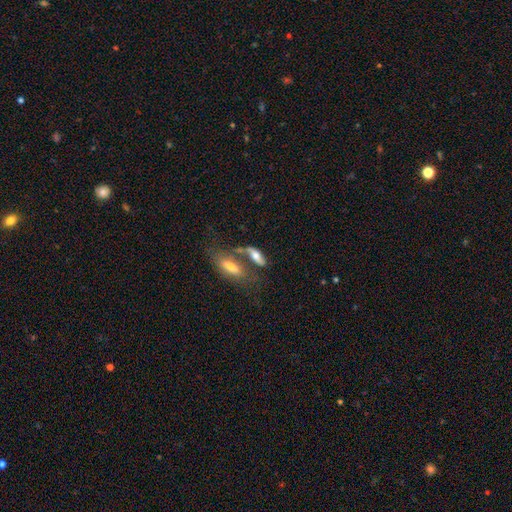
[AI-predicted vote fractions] A smooth galaxy with no disk features (54%) that is in between round and cigar-shaped (62%). Merging: merger (45%).